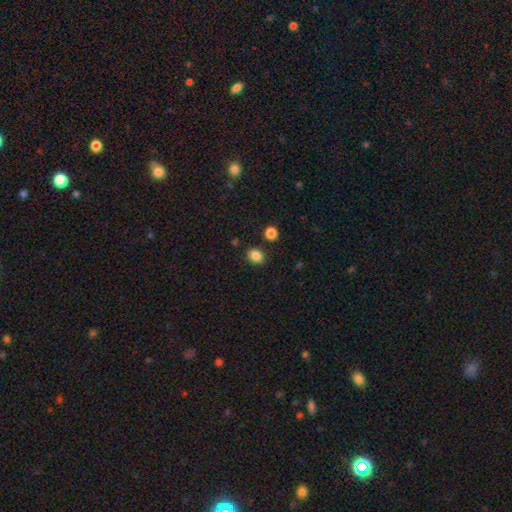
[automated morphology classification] A smooth galaxy with no disk features (85%) that is in between round and cigar-shaped (50%).

Vote fractions:
- Smooth or featured? smooth: 85% / star or artifact: 11% / featured or disk: 4%
- How rounded? in between: 50% / round: 49% / cigar-shaped: 1%
- Merging? none: 84% / minor disturbance: 9% / merger: 5% / major disturbance: 3%